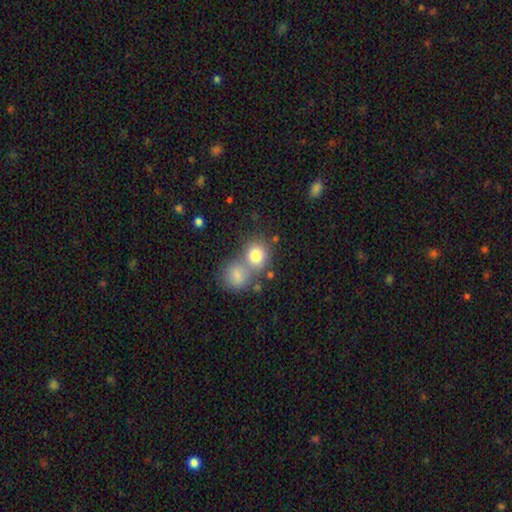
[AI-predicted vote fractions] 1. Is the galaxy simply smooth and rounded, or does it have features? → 80% smooth, 10% featured or disk, 10% star or artifact.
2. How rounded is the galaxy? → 79% round, 20% in between, 1% cigar-shaped.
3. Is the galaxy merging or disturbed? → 45% none, 43% merger, 9% minor disturbance, 4% major disturbance.